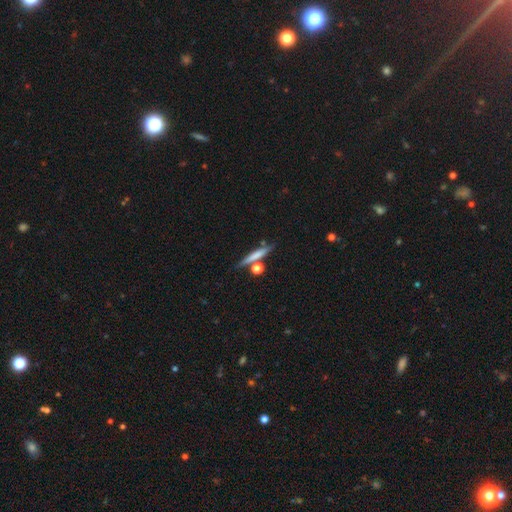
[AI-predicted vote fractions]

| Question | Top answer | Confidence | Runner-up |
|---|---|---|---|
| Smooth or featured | smooth | 64% | featured or disk (28%) |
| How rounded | cigar-shaped | 84% | in between (9%) |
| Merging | none | 71% | merger (14%) |